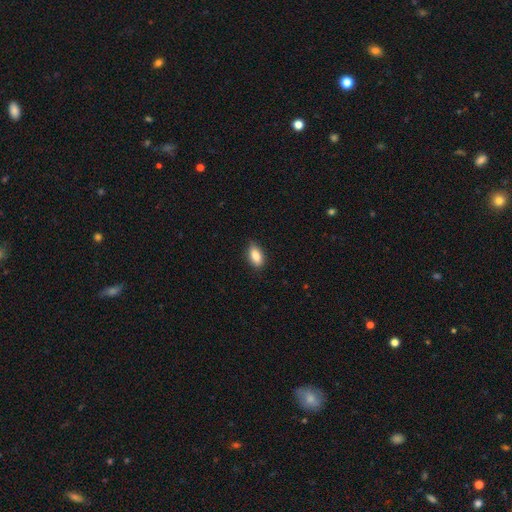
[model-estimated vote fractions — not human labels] Smooth or featured? Predicted: smooth (p=0.85). How rounded? Predicted: in between (p=0.89). Merging? Predicted: none (p=0.79).